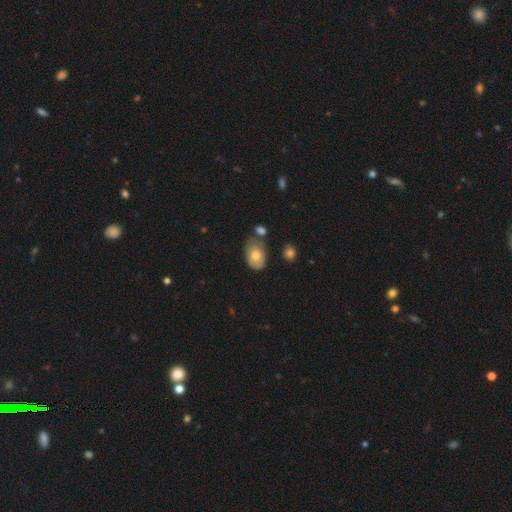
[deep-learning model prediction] smooth_or_featured: smooth (p=0.70) [alt: featured or disk p=0.23]
how_rounded: in between (p=0.85) [alt: round p=0.13]
merging: none (p=0.57) [alt: minor disturbance p=0.26]